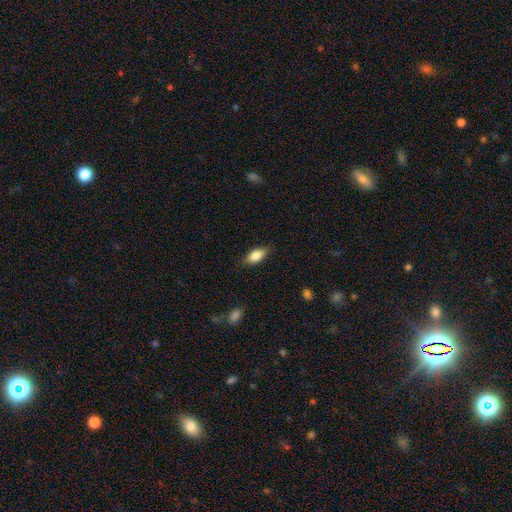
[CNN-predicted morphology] smooth_or_featured: smooth (p=0.75) [alt: featured or disk p=0.17]
how_rounded: in between (p=0.83) [alt: cigar-shaped p=0.13]
merging: none (p=0.81) [alt: minor disturbance p=0.15]